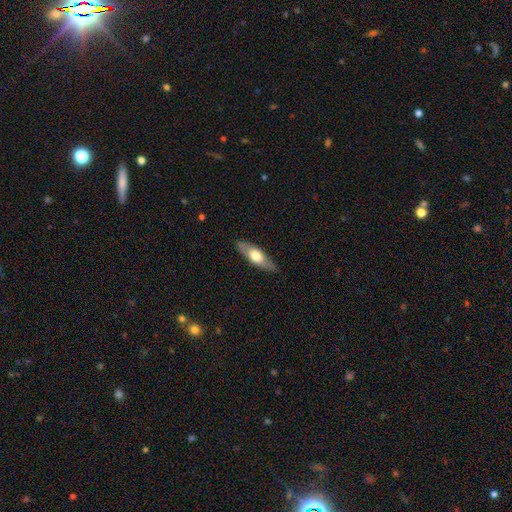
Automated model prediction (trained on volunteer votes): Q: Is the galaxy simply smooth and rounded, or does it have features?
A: smooth — 50%.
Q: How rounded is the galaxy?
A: in between — 55%.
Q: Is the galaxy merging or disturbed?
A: none — 84%.